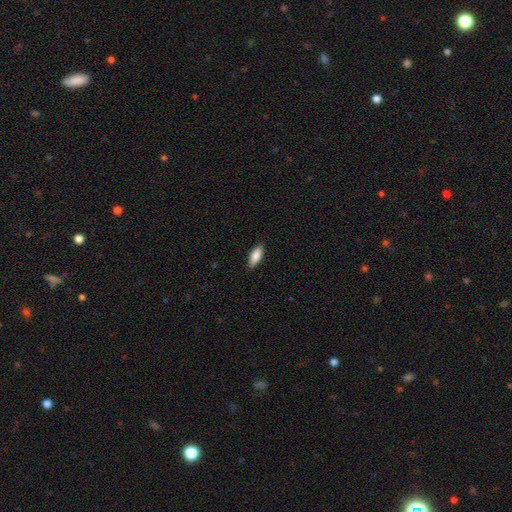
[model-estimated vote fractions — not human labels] Smooth or featured: smooth — 85% (featured or disk — 9%)
How rounded: in between — 69% (cigar-shaped — 29%)
Merging: none — 88% (minor disturbance — 9%)